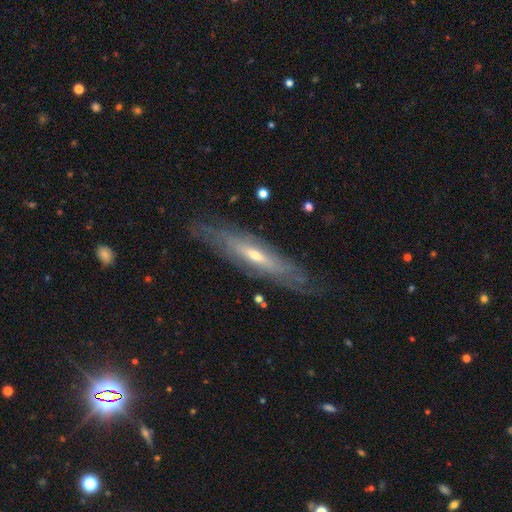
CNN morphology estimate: smooth_or_featured: featured or disk (p=0.75) [alt: smooth p=0.19]
disk_edge_on: yes (p=0.56) [alt: no p=0.44]
merging: none (p=0.77) [alt: minor disturbance p=0.16]